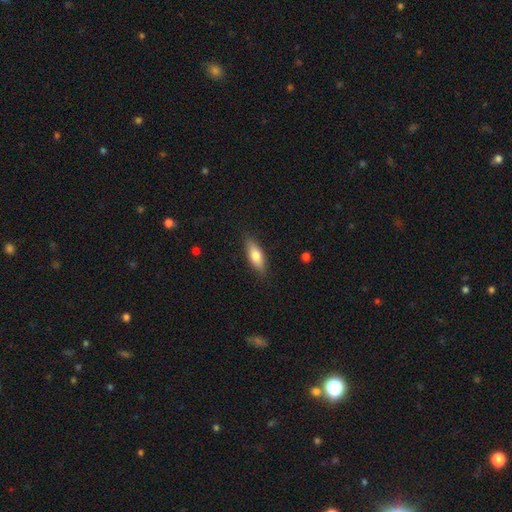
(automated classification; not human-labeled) Smooth or featured?
  - smooth: 72% *
  - featured or disk: 22%
  - star or artifact: 6%
How rounded?
  - in between: 64% *
  - cigar-shaped: 33%
  - round: 3%
Merging?
  - none: 86% *
  - minor disturbance: 11%
  - major disturbance: 2%
  - merger: 1%